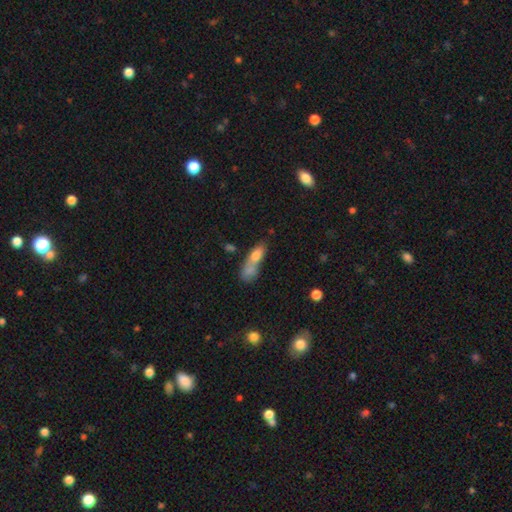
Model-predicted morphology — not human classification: Smooth or featured: smooth — 75% (featured or disk — 16%)
How rounded: in between — 65% (cigar-shaped — 27%)
Merging: merger — 61% (none — 24%)